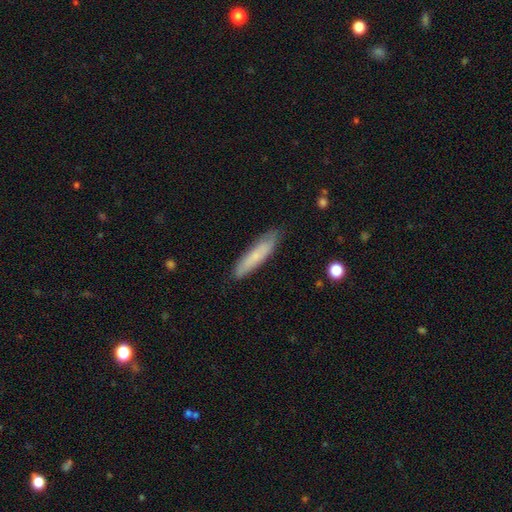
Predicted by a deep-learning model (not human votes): The model was most divided on "smooth or featured": smooth: 69%, featured or disk: 25%, star or artifact: 6%. More confident: how rounded — cigar-shaped (82%); merging — none (81%).